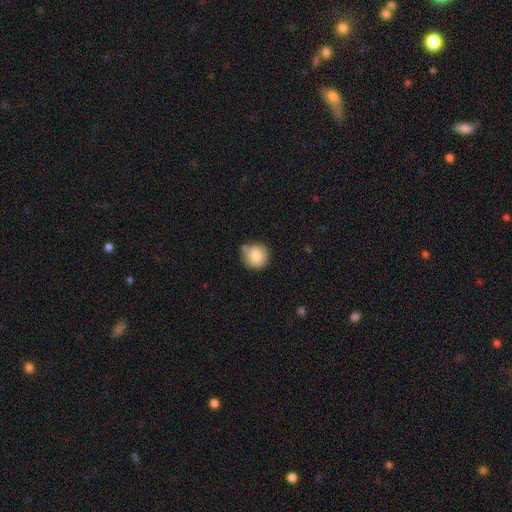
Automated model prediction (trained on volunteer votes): Morphology: type=smooth (85%); roundness=round (91%); merging=none (70%).